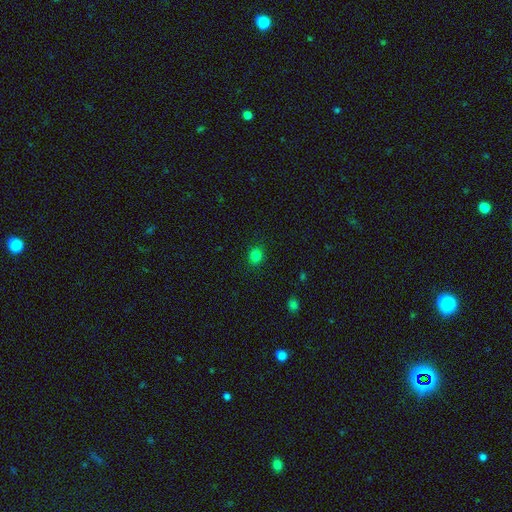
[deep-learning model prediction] smooth 81%, star or artifact 15%, featured or disk 4%. Down the decision tree: how rounded — round (73%); merging — none (89%).